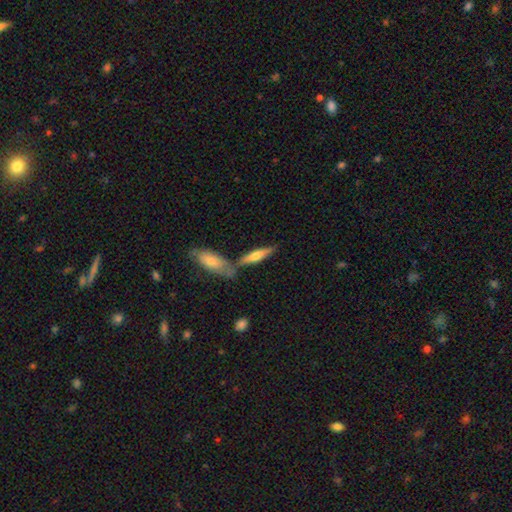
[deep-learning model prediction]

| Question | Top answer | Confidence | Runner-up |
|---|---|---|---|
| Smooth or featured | smooth | 50% | featured or disk (44%) |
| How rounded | cigar-shaped | 73% | in between (25%) |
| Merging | none | 60% | merger (25%) |